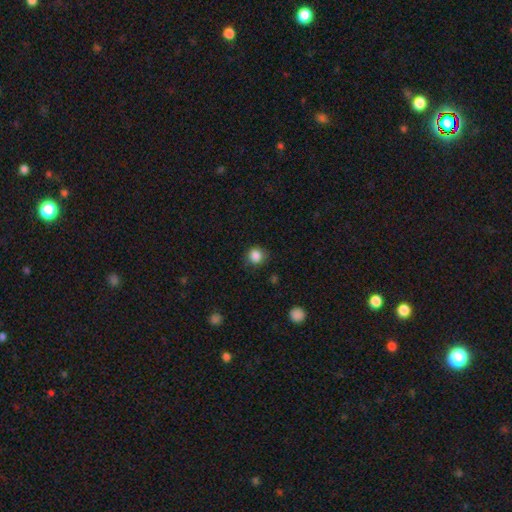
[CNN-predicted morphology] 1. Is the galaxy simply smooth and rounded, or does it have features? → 86% smooth, 11% star or artifact, 3% featured or disk.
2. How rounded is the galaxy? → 92% round, 7% in between, 1% cigar-shaped.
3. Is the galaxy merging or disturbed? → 84% none, 12% minor disturbance, 3% major disturbance, 1% merger.